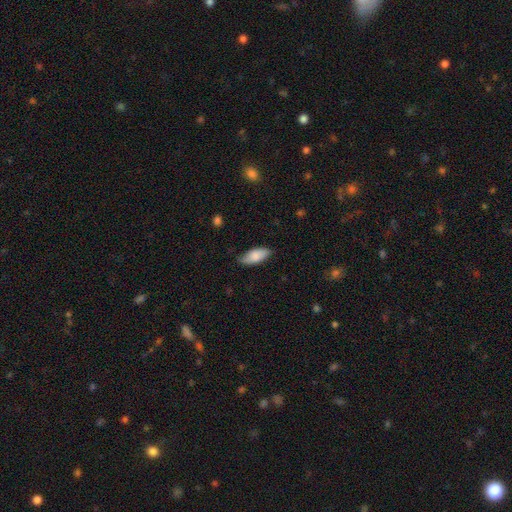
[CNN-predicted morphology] Smooth or featured? smooth (84%)
How rounded? in between (86%)
Merging? none (78%)